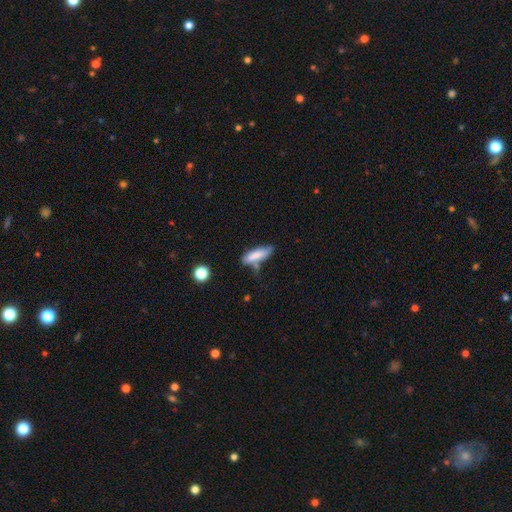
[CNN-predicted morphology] This is likely a smooth galaxy (75%). How rounded: possibly cigar-shaped (50%). Merging: possibly none (46%).